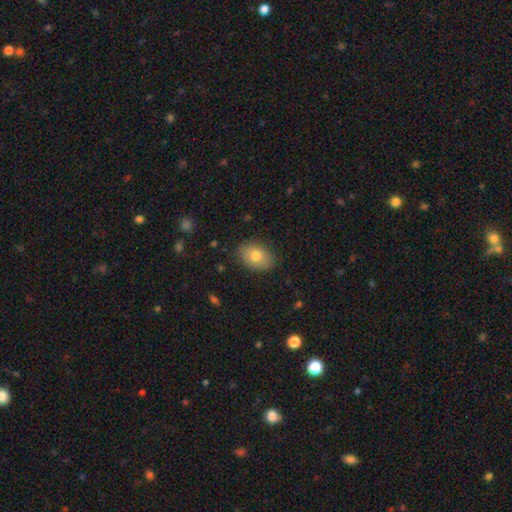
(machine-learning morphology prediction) Overall: smooth (77%). How rounded: in between (80%). Merging: none (84%).